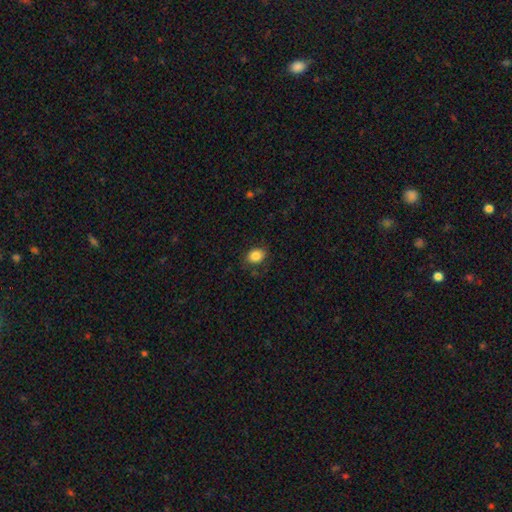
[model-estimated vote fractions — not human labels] Q: Smooth or featured?
A: smooth (85%); runner-up: star or artifact (9%)
Q: How rounded?
A: in between (59%); runner-up: round (40%)
Q: Merging?
A: none (80%); runner-up: minor disturbance (15%)